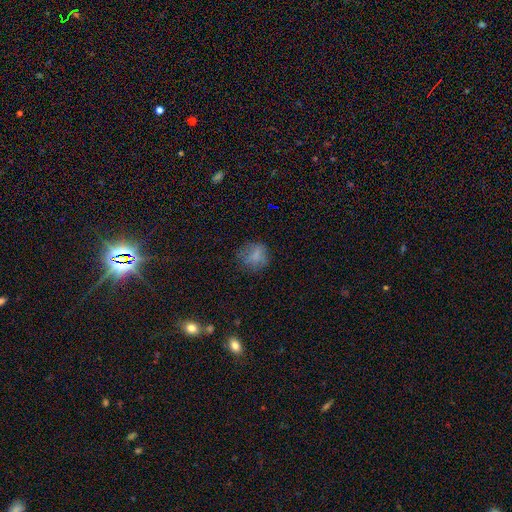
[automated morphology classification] type=smooth (70%); roundness=round (78%); merging=none (65%).